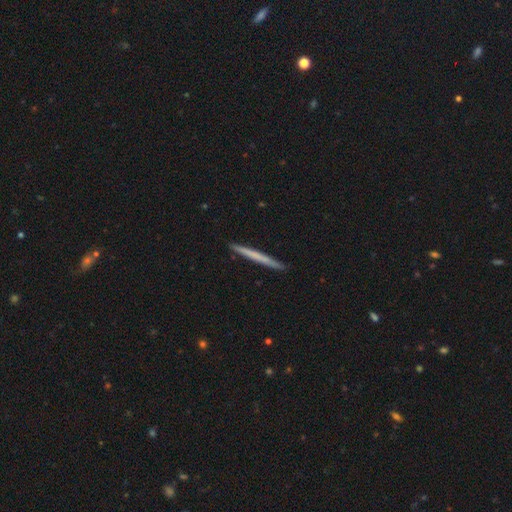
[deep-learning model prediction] smooth 57%, featured or disk 38%, star or artifact 5%. Down the decision tree: how rounded — cigar-shaped (97%); merging — none (92%).